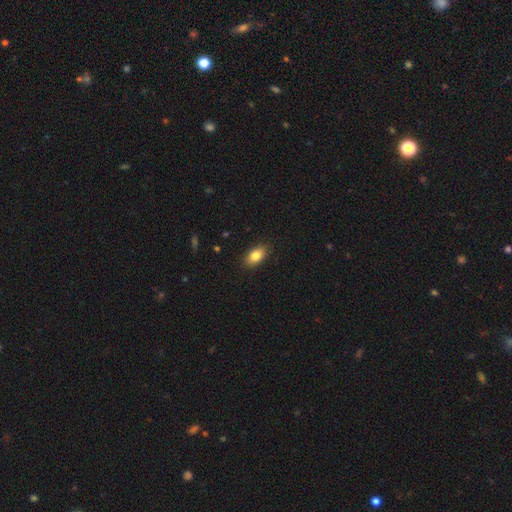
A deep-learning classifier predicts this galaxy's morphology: The model was most divided on "smooth or featured": smooth: 83%, featured or disk: 9%, star or artifact: 8%. More confident: how rounded — in between (89%); merging — none (88%).